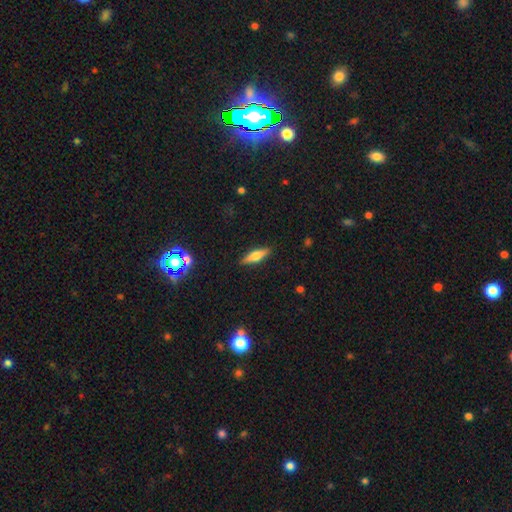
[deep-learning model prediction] The model was most divided on "smooth or featured": smooth: 48%, featured or disk: 44%, star or artifact: 8%. More confident: merging — none (89%).